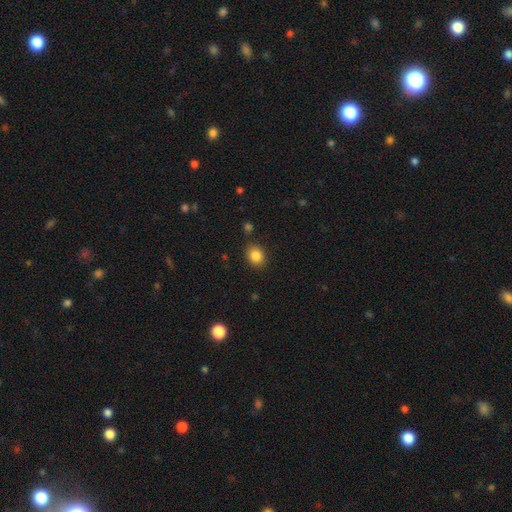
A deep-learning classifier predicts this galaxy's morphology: Overall: smooth (85%). How rounded: round (56%; in between 43%). Merging: none (85%).